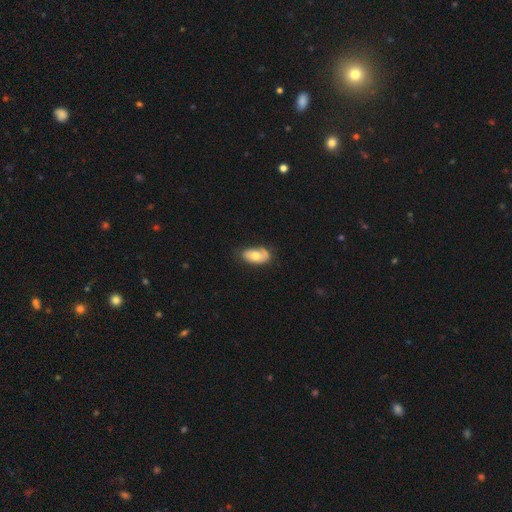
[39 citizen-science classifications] This is possibly a smooth galaxy (51%). How rounded: clearly in between (100%). Merging: possibly none (54%).